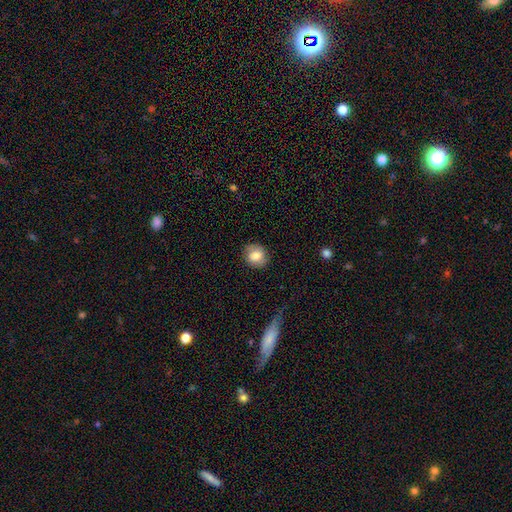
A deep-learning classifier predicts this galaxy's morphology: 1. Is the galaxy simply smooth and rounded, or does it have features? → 78% smooth, 13% featured or disk, 9% star or artifact.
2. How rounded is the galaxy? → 75% round, 24% in between, 1% cigar-shaped.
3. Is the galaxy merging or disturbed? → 83% none, 13% minor disturbance, 3% major disturbance, 1% merger.